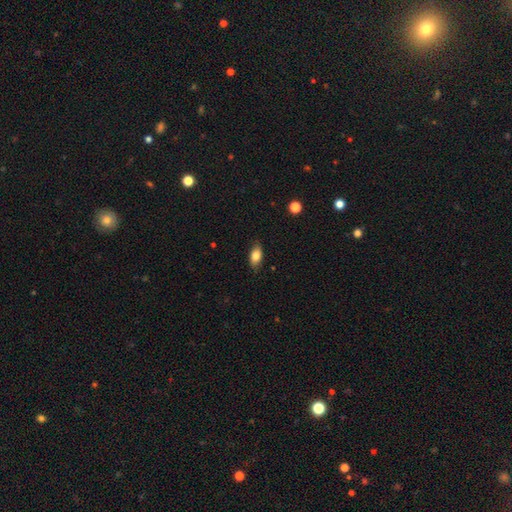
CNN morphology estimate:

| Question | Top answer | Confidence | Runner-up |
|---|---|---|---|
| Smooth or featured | smooth | 82% | featured or disk (10%) |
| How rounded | in between | 89% | round (6%) |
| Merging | none | 83% | minor disturbance (14%) |